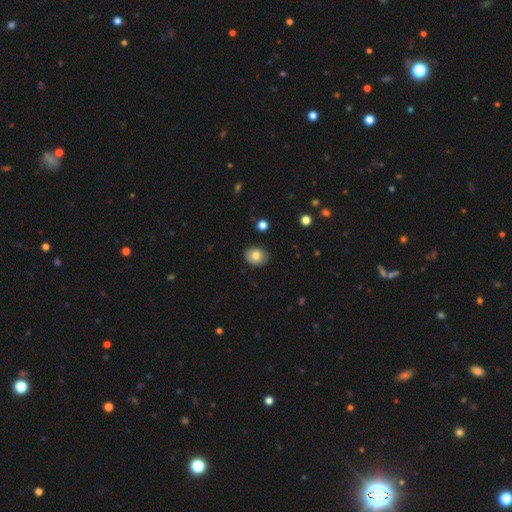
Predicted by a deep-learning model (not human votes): Morphology: type=smooth (83%); roundness=in between (56%); merging=none (85%).